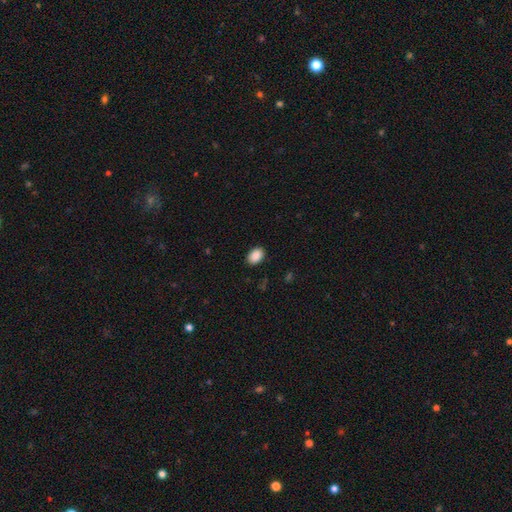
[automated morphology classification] Smooth or featured?
  - smooth: 90% *
  - star or artifact: 8%
  - featured or disk: 3%
How rounded?
  - in between: 81% *
  - round: 18%
  - cigar-shaped: 1%
Merging?
  - none: 89% *
  - minor disturbance: 8%
  - major disturbance: 2%
  - merger: 1%